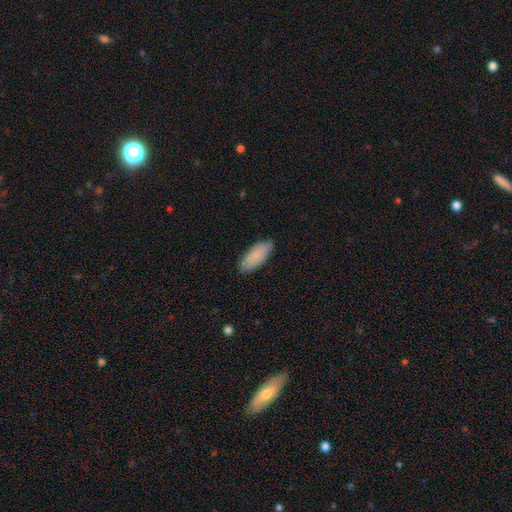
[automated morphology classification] Q: Smooth or featured?
A: smooth (84%); runner-up: featured or disk (10%)
Q: How rounded?
A: in between (82%); runner-up: cigar-shaped (16%)
Q: Merging?
A: none (84%); runner-up: minor disturbance (13%)